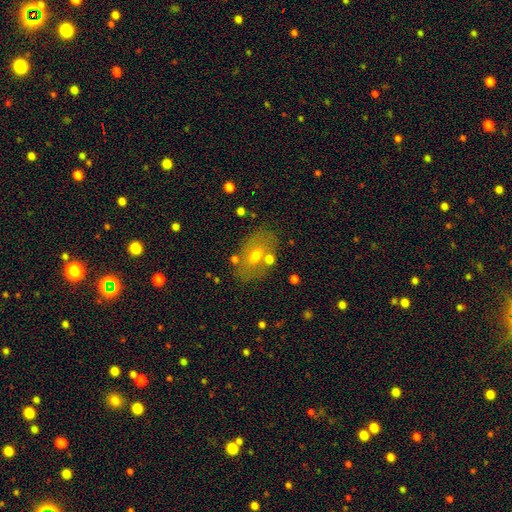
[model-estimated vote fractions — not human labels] A smooth galaxy with no disk features (58%) that is in between round and cigar-shaped (81%).

Vote fractions:
- Smooth or featured? smooth: 58% / featured or disk: 32% / star or artifact: 10%
- How rounded? in between: 81% / round: 17% / cigar-shaped: 2%
- Merging? none: 70% / minor disturbance: 14% / merger: 10% / major disturbance: 6%